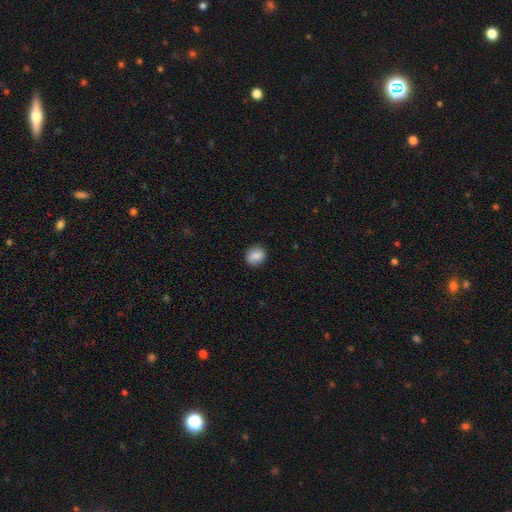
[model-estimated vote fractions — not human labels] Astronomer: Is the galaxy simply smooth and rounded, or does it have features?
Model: smooth — 87%.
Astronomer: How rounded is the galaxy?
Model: round — 63%.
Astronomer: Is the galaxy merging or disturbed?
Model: none — 88%.